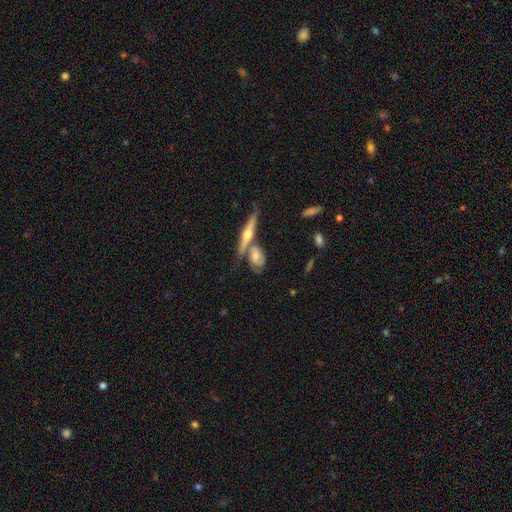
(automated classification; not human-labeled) Q: Smooth or featured?
A: featured or disk (70%); runner-up: smooth (23%)
Q: Edge-on disk?
A: no (55%); runner-up: yes (45%)
Q: Merging?
A: none (45%); runner-up: merger (33%)